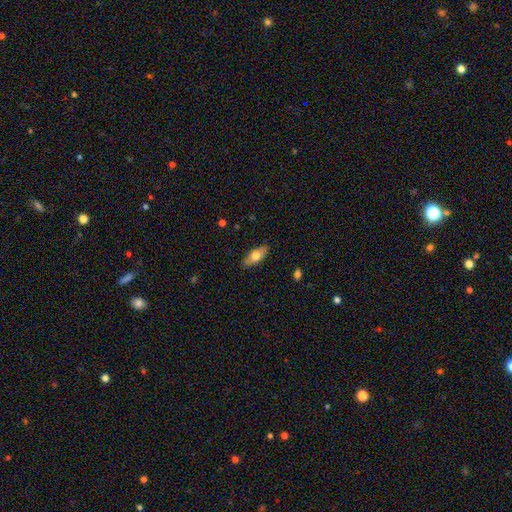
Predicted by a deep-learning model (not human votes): Smooth or featured: smooth — 65% (featured or disk — 29%)
How rounded: in between — 77% (cigar-shaped — 20%)
Merging: none — 85% (minor disturbance — 12%)